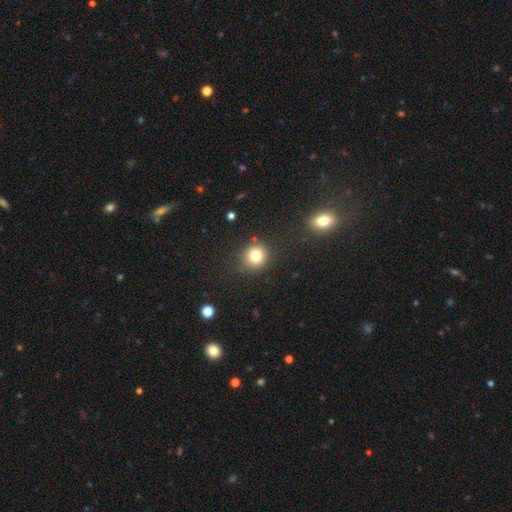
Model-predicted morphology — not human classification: Smooth or featured? smooth (78%)
How rounded? round (85%)
Merging? none (84%)